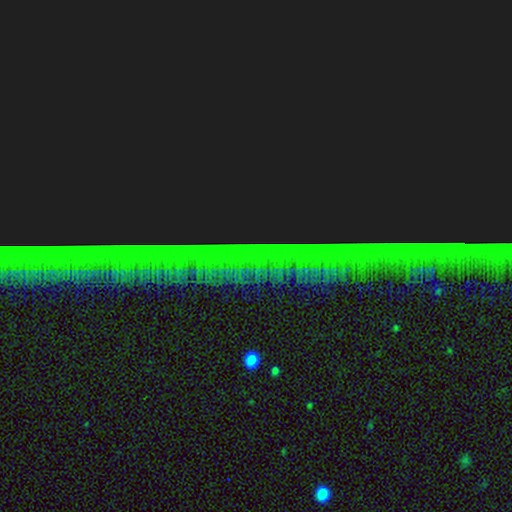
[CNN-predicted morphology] smooth-or-featured: star or artifact: 87% | featured or disk: 8% | smooth: 6%